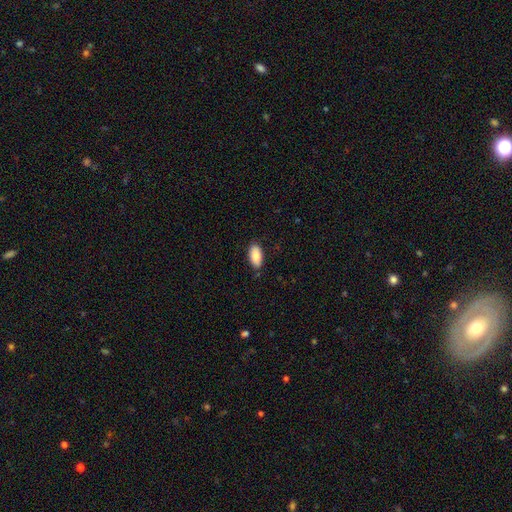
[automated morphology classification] Smooth or featured? smooth (86%)
How rounded? in between (92%)
Merging? none (84%)